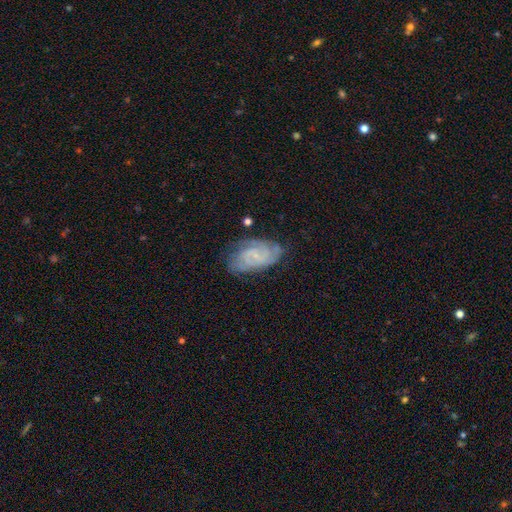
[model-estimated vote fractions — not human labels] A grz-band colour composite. It shows a featured or disk galaxy (78%) with no bar (52%), 2 (37%) tight (57%) spiral arms (95%) and a small central bulge (70%). Merging: none (69%).